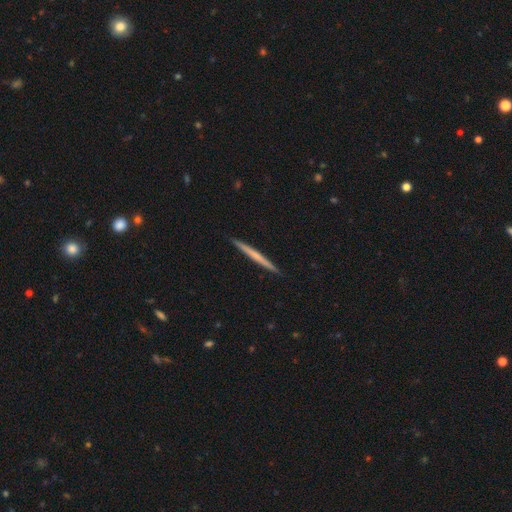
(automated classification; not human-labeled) featured or disk 51%, smooth 44%, star or artifact 5%. Down the decision tree: edge-on disk — yes (98%); merging — none (93%).